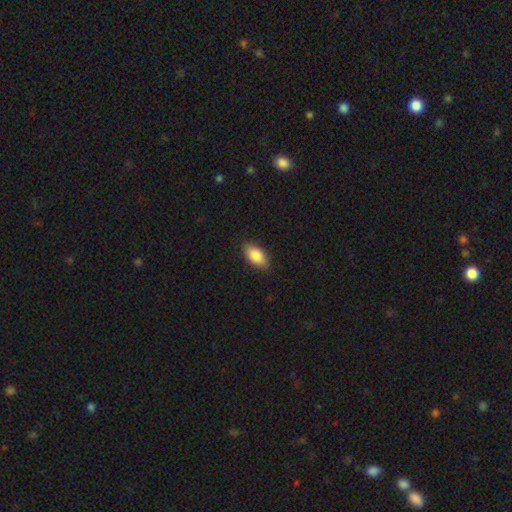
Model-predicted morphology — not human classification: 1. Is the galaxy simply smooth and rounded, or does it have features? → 85% smooth, 8% featured or disk, 7% star or artifact.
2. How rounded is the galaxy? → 92% in between, 5% cigar-shaped, 3% round.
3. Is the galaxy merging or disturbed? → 88% none, 10% minor disturbance, 2% major disturbance, 1% merger.